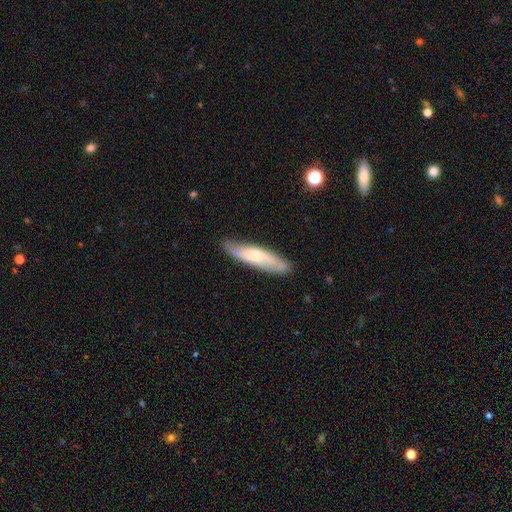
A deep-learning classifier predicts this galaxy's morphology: Smooth or featured? Predicted: smooth (p=0.56). How rounded? Predicted: cigar-shaped (p=0.75). Merging? Predicted: none (p=0.81).